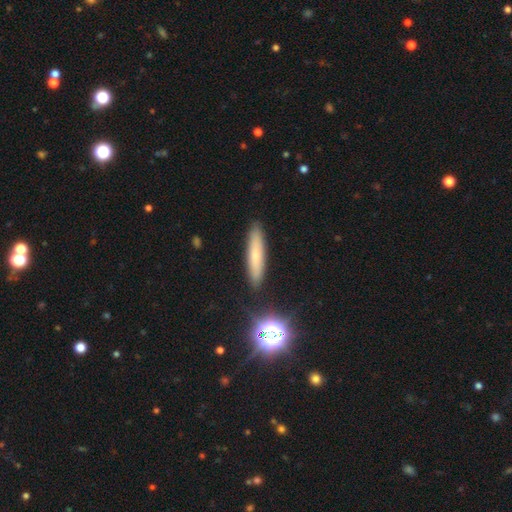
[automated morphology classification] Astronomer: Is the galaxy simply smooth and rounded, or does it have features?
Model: smooth — 68%.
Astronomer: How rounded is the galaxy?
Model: cigar-shaped — 84%.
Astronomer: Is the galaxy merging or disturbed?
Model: none — 88%.